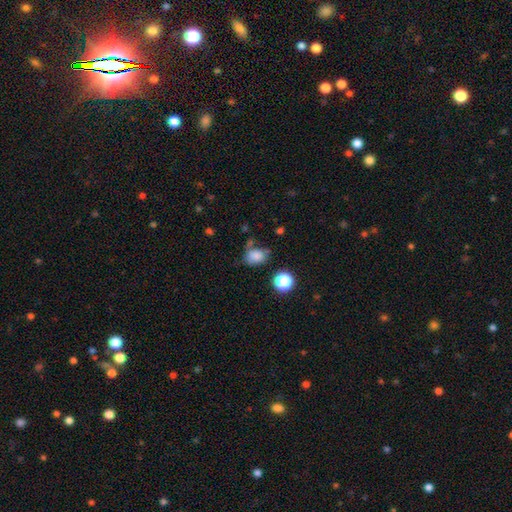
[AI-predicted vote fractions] smooth 80%, star or artifact 13%, featured or disk 7%. Down the decision tree: how rounded — in between (58%); merging — none (54%).